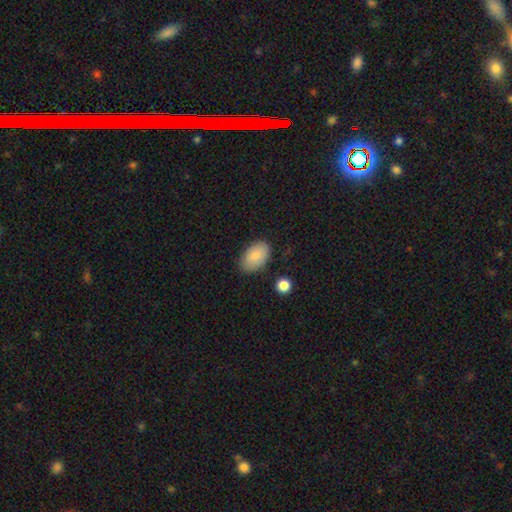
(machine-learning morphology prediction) Smooth or featured?
  - smooth: 85% *
  - featured or disk: 9%
  - star or artifact: 6%
How rounded?
  - in between: 93% *
  - round: 6%
  - cigar-shaped: 1%
Merging?
  - none: 83% *
  - minor disturbance: 13%
  - major disturbance: 3%
  - merger: 2%